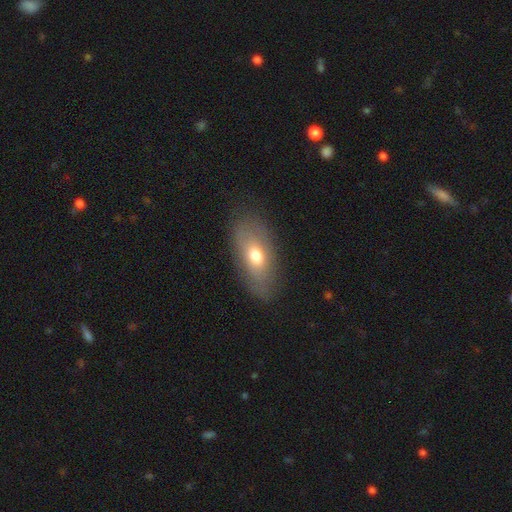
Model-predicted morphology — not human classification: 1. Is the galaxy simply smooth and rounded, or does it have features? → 64% smooth, 28% featured or disk, 7% star or artifact.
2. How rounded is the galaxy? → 86% in between, 9% cigar-shaped, 5% round.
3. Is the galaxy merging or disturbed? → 80% none, 14% minor disturbance, 5% major disturbance, 1% merger.